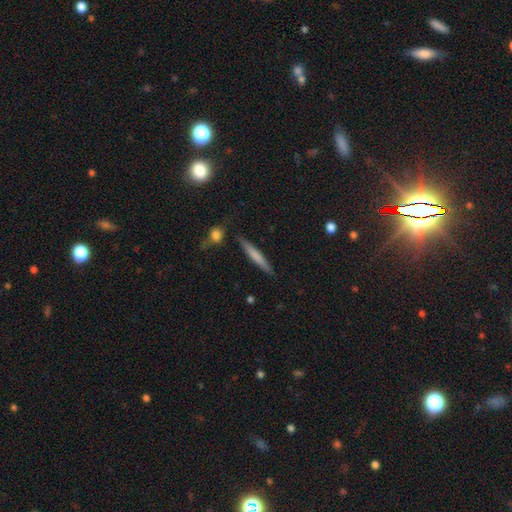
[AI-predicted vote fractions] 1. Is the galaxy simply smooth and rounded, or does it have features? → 65% smooth, 30% featured or disk, 6% star or artifact.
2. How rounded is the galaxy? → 94% cigar-shaped, 4% in between, 2% round.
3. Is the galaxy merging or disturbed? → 85% none, 9% minor disturbance, 3% merger, 2% major disturbance.